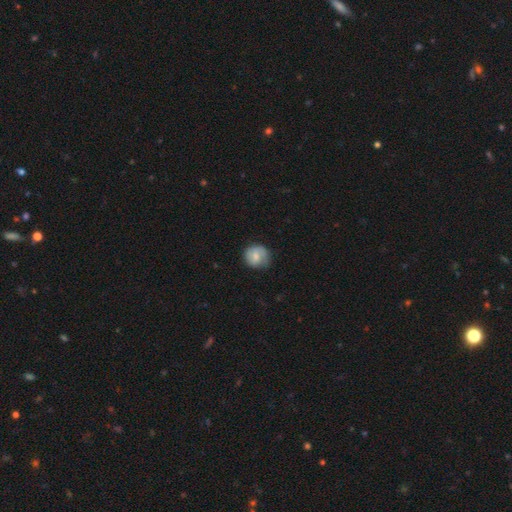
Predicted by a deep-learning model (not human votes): Overall: smooth (68%). How rounded: round (86%). Merging: none (69%).